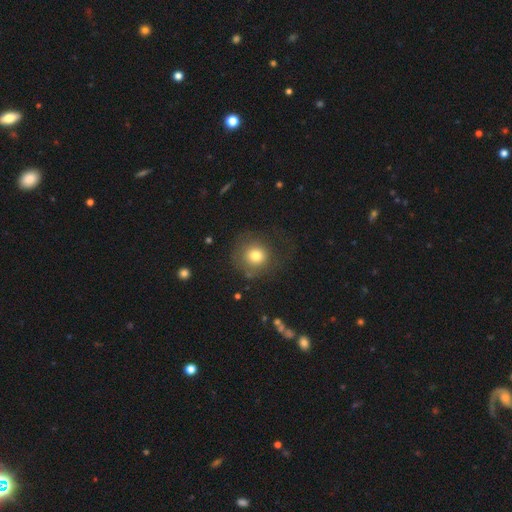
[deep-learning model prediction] smooth-or-featured: smooth: 75% | featured or disk: 14% | star or artifact: 11%
  how-rounded: round: 91% | in between: 8% | cigar-shaped: 1%
  merging: none: 64% | major disturbance: 17% | minor disturbance: 16% | merger: 2%